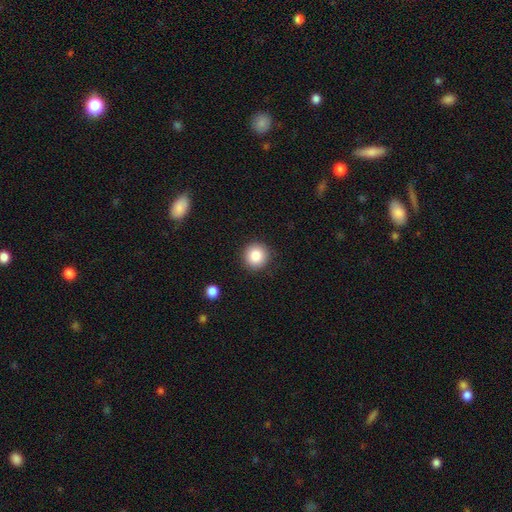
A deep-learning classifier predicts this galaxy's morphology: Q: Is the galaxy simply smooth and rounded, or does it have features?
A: smooth — 86%.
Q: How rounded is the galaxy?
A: round — 94%.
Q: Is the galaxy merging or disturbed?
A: none — 90%.